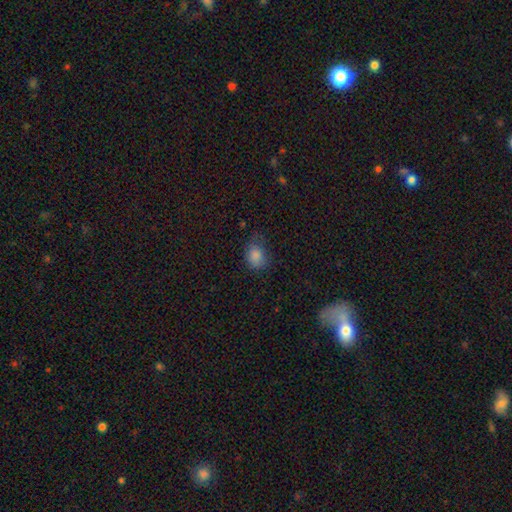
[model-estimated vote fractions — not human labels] Morphology: type=smooth (83%); roundness=in between (50%); merging=none (56%).